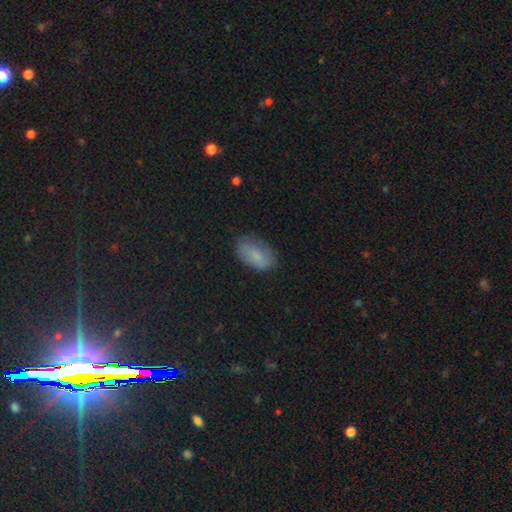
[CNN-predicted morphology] A smooth galaxy with no disk features (76%) that is in between round and cigar-shaped (93%).

Vote fractions:
- Smooth or featured? smooth: 76% / featured or disk: 15% / star or artifact: 9%
- How rounded? in between: 93% / round: 5% / cigar-shaped: 2%
- Merging? none: 73% / minor disturbance: 21% / major disturbance: 5% / merger: 1%